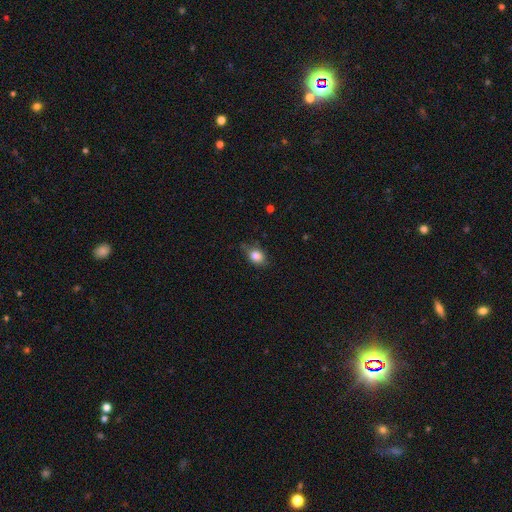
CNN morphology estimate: A smooth galaxy with no disk features (84%) that is in between round and cigar-shaped (59%). Merging: none (67%).